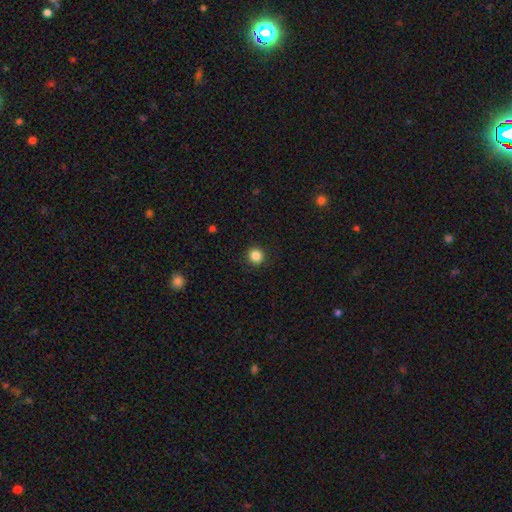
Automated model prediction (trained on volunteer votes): This appears to be a smooth galaxy with no disk features (86%) that is round (93%). Merging: none (92%).